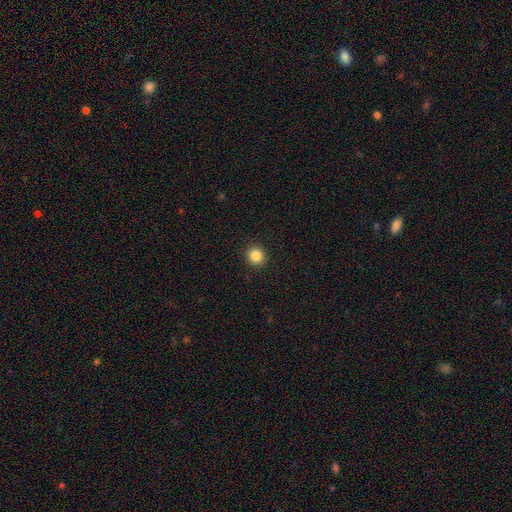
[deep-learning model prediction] smooth 86%, star or artifact 10%, featured or disk 4%. Down the decision tree: how rounded — round (92%); merging — none (92%).